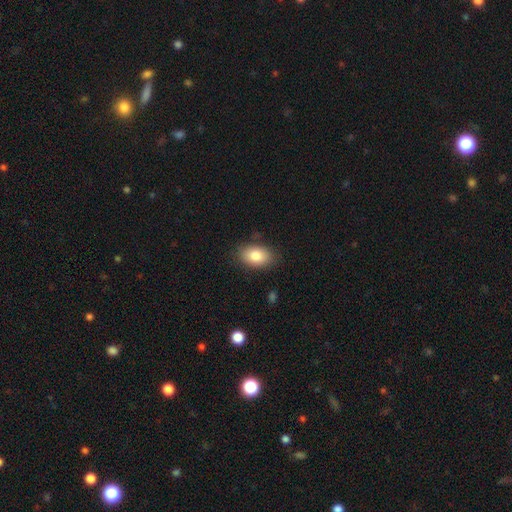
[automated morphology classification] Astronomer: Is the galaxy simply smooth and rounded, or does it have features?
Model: smooth — 83%.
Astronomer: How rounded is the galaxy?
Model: in between — 89%.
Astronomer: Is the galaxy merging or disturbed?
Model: none — 84%.